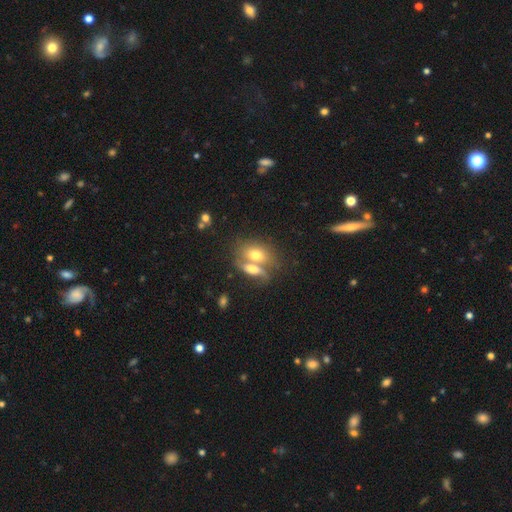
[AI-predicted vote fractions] This is likely a smooth galaxy (67%). How rounded: likely in between (77%). Merging: likely merger (62%).